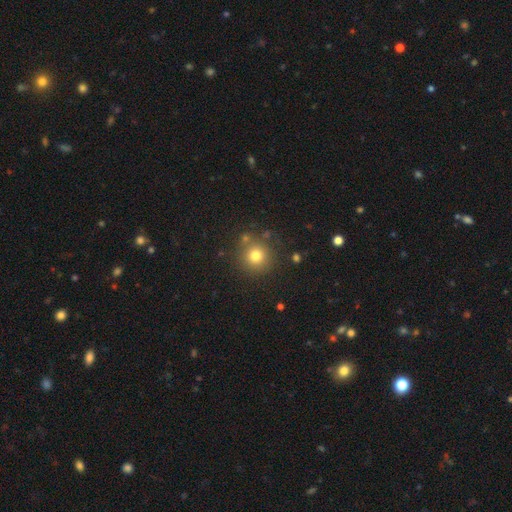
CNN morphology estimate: Q: Smooth or featured?
A: smooth (76%); runner-up: star or artifact (15%)
Q: How rounded?
A: round (94%); runner-up: in between (5%)
Q: Merging?
A: none (83%); runner-up: minor disturbance (8%)